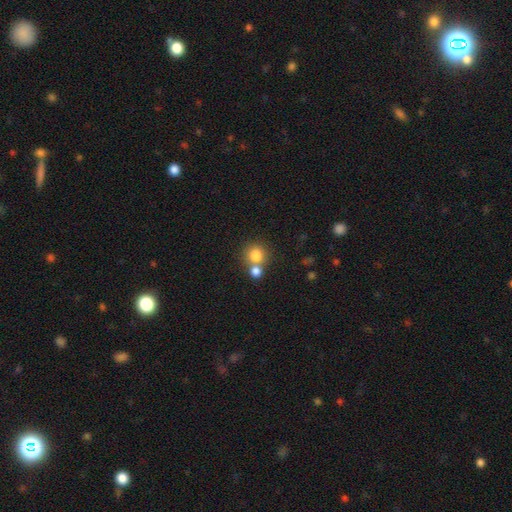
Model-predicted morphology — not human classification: smooth_or_featured: smooth (p=0.81) [alt: star or artifact p=0.11]
how_rounded: round (p=0.83) [alt: in between p=0.16]
merging: none (p=0.48) [alt: merger p=0.40]